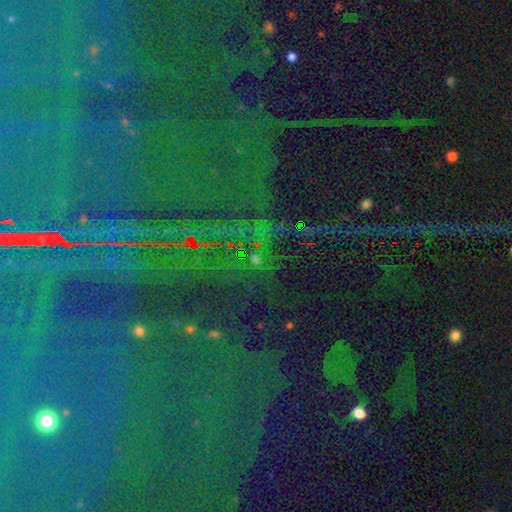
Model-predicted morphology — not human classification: Overall: star or artifact (85%).